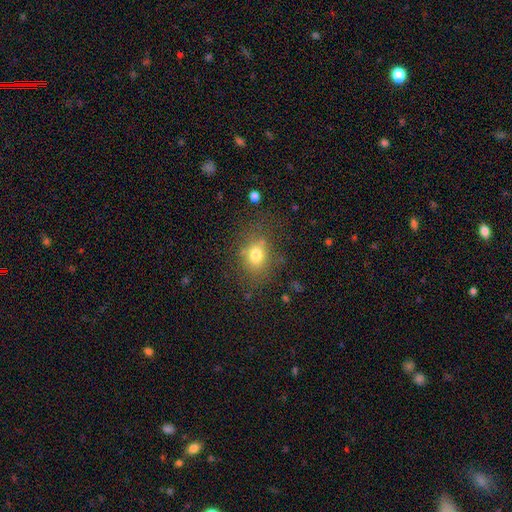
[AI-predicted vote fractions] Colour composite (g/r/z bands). It shows a smooth galaxy with no disk features (75%) that is round (50%). Merging: none (70%).